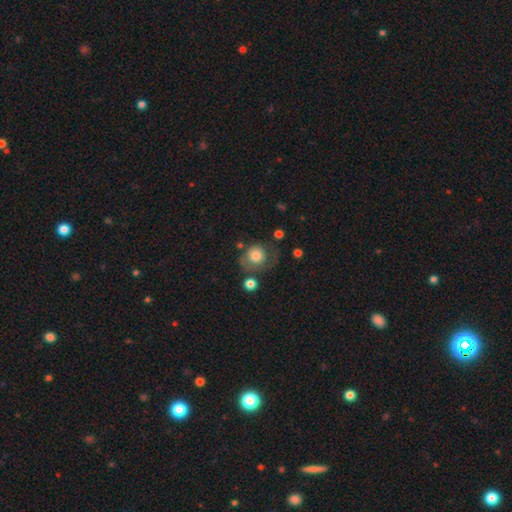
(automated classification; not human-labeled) This appears to be a smooth galaxy with no disk features (72%) that is round (79%). Merging: none (47%).